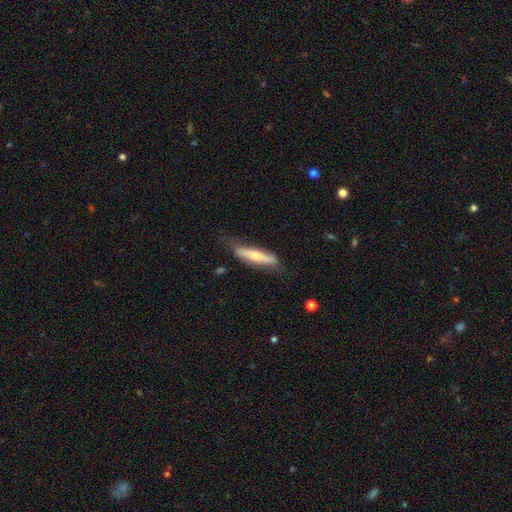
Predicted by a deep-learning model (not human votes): This is possibly a smooth galaxy (51%). How rounded: likely cigar-shaped (75%). Merging: likely none (63%).